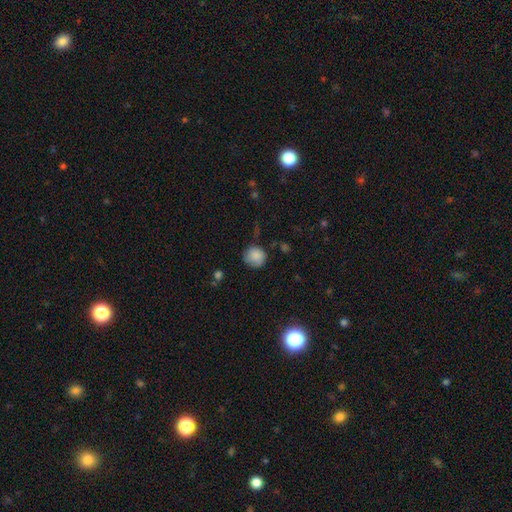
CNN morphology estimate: Q: Smooth or featured?
A: smooth (84%); runner-up: star or artifact (8%)
Q: How rounded?
A: round (88%); runner-up: in between (11%)
Q: Merging?
A: none (70%); runner-up: minor disturbance (23%)